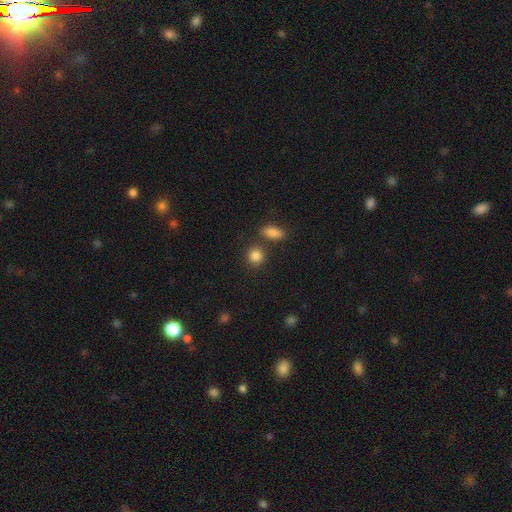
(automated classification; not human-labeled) Q: Smooth or featured?
A: smooth (85%); runner-up: star or artifact (10%)
Q: How rounded?
A: round (82%); runner-up: in between (17%)
Q: Merging?
A: none (76%); runner-up: merger (12%)